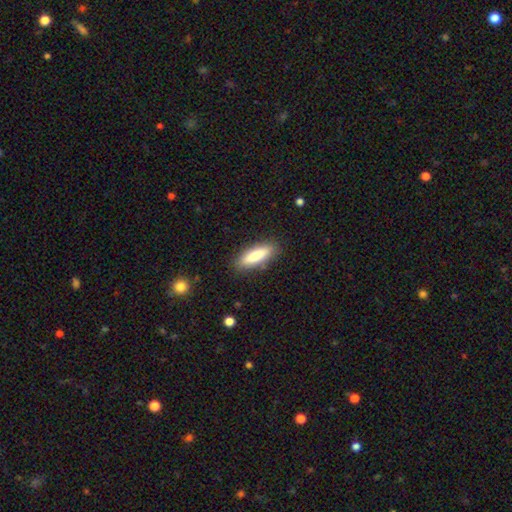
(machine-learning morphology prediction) type=smooth (82%); roundness=cigar-shaped (49%, tied with in between); merging=none (86%).